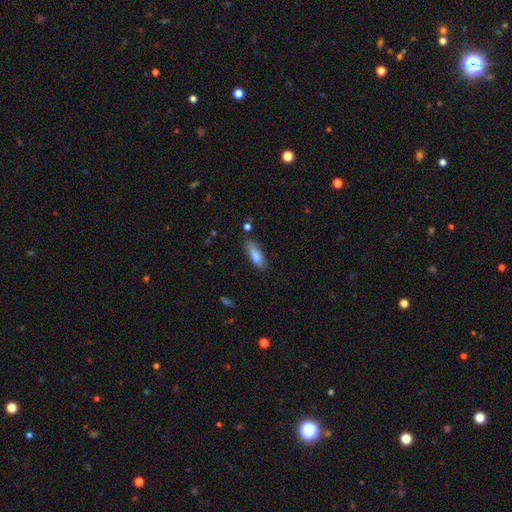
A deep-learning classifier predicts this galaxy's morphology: A smooth galaxy with no disk features (85%) that is in between round and cigar-shaped (65%).

Vote fractions:
- Smooth or featured? smooth: 85% / featured or disk: 8% / star or artifact: 7%
- How rounded? in between: 65% / cigar-shaped: 33% / round: 2%
- Merging? none: 78% / minor disturbance: 16% / major disturbance: 4% / merger: 3%